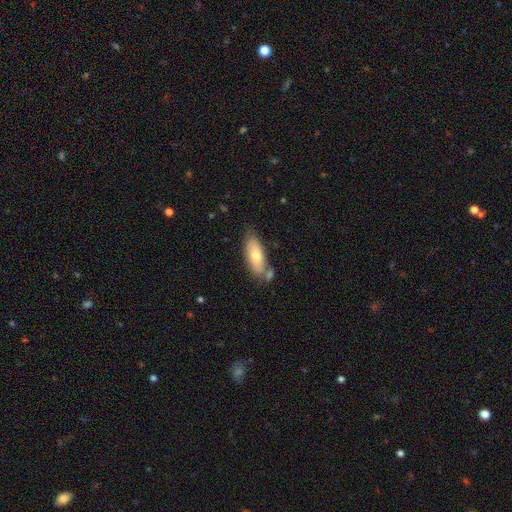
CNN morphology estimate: Smooth or featured? Predicted: smooth (p=0.66). How rounded? Predicted: in between (p=0.76). Merging? Predicted: none (p=0.63).